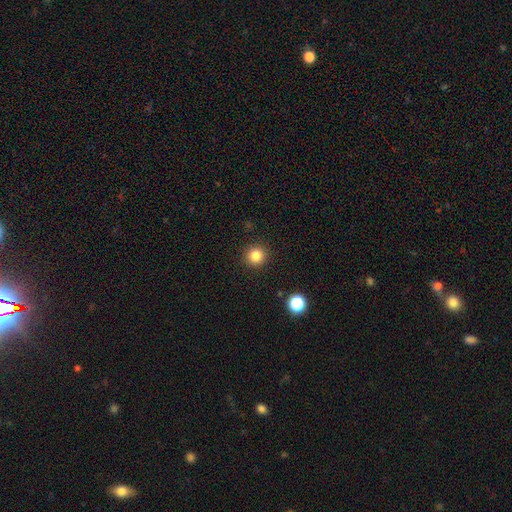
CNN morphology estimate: Smooth or featured? Predicted: smooth (p=0.84). How rounded? Predicted: round (p=0.94). Merging? Predicted: none (p=0.92).